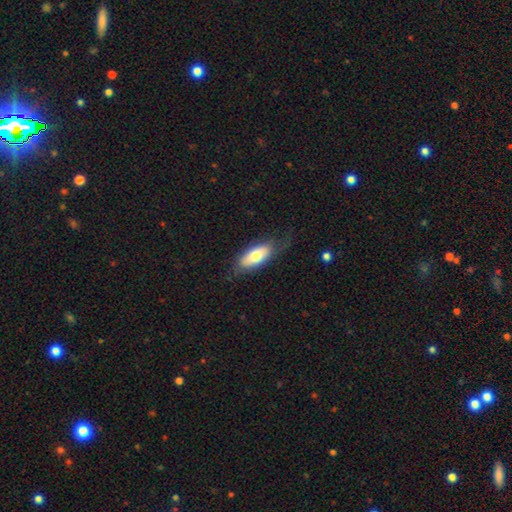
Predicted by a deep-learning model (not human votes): Smooth or featured: smooth — 65% (featured or disk — 29%)
How rounded: in between — 84% (cigar-shaped — 14%)
Merging: none — 67% (minor disturbance — 22%)